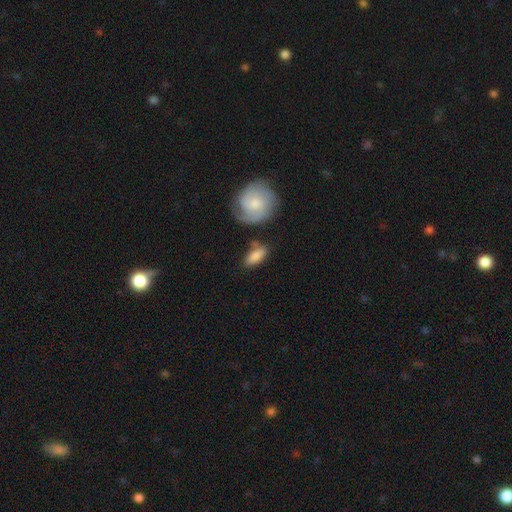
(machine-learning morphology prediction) This appears to be a smooth galaxy with no disk features (79%) that is in between round and cigar-shaped (81%). Merging: none (63%).